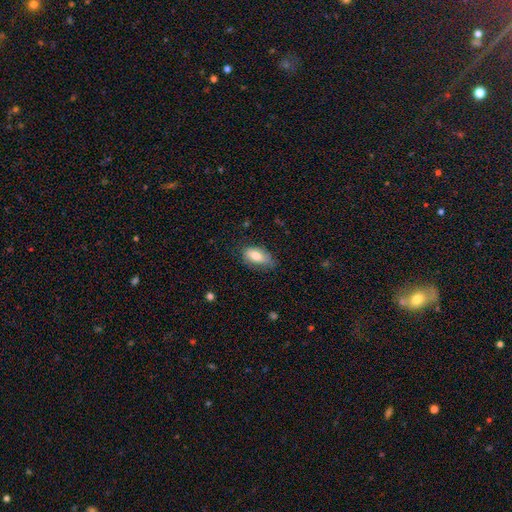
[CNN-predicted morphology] type=smooth (78%); roundness=in between (90%); merging=none (64%).